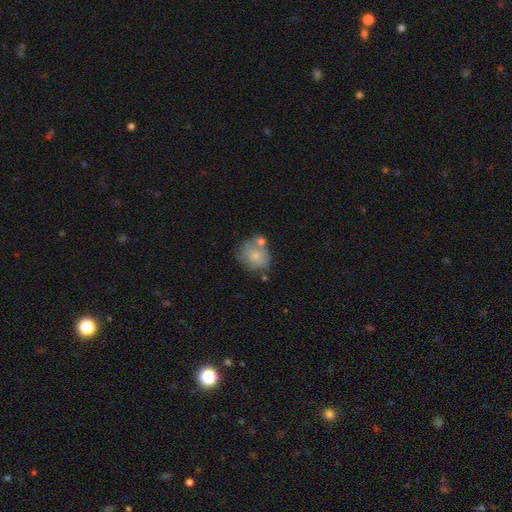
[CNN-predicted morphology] Smooth or featured? smooth (68%)
How rounded? round (77%)
Merging? none (51%)